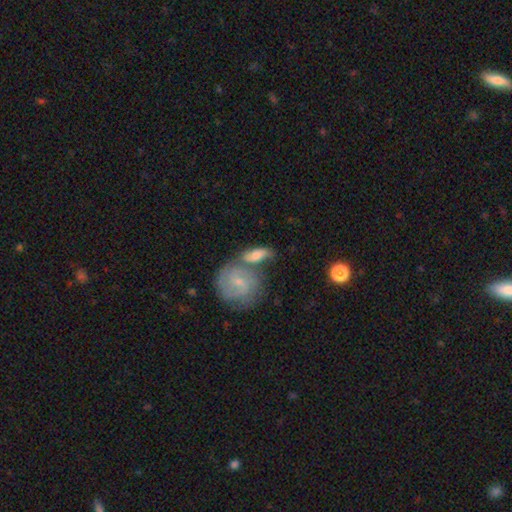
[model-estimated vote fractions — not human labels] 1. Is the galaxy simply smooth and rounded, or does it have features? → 47% smooth, 45% featured or disk, 8% star or artifact.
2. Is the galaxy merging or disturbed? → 43% none, 37% merger, 14% minor disturbance, 6% major disturbance.